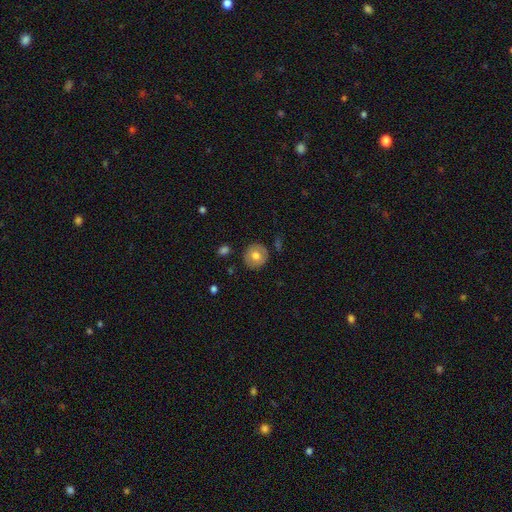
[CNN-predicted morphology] Smooth or featured? smooth (69%)
How rounded? round (91%)
Merging? none (87%)